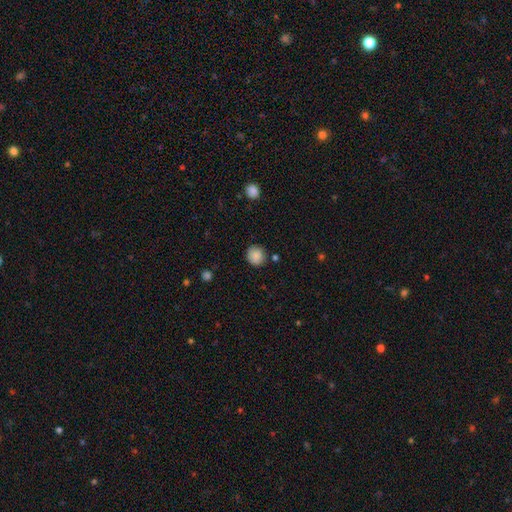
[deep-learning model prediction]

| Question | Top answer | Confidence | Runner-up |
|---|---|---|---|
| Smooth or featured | smooth | 87% | star or artifact (9%) |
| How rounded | round | 91% | in between (8%) |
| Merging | none | 86% | minor disturbance (9%) |